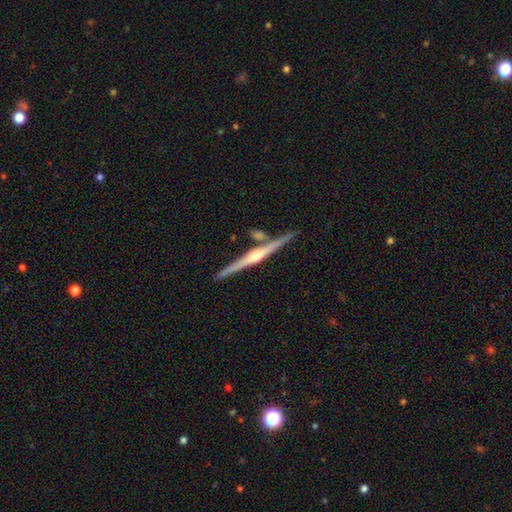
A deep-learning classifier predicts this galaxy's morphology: Smooth or featured?
  - featured or disk: 81% *
  - smooth: 13%
  - star or artifact: 5%
Edge-on disk?
  - yes: 98% *
  - no: 2%
Edge-on bulge?
  - rounded: 84% *
  - boxy: 8%
  - none: 8%
Merging?
  - none: 81% *
  - merger: 9%
  - minor disturbance: 8%
  - major disturbance: 2%